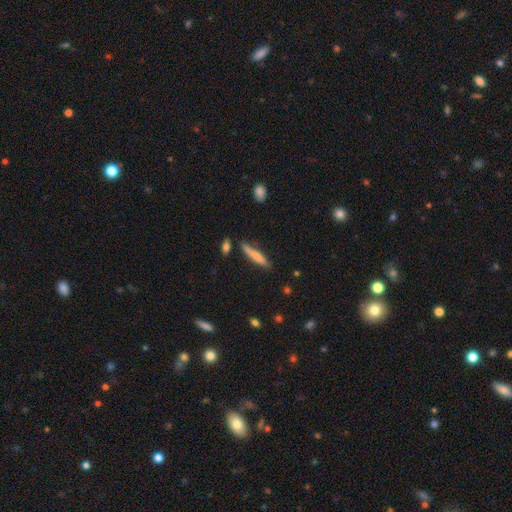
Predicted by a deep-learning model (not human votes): Smooth or featured? smooth (73%)
How rounded? cigar-shaped (89%)
Merging? none (73%)